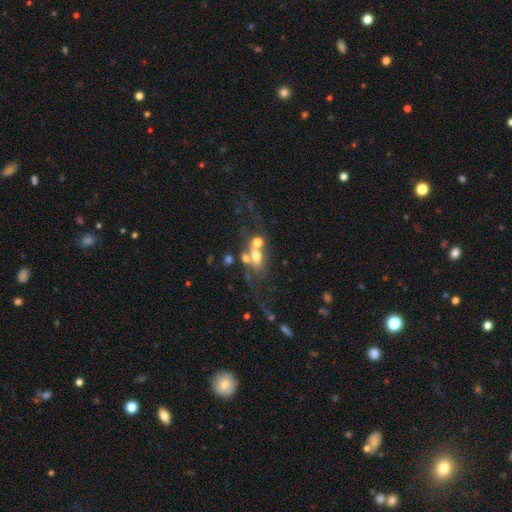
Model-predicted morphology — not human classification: This appears to be a smooth galaxy with no disk features (50%). Merging: merger (45%).